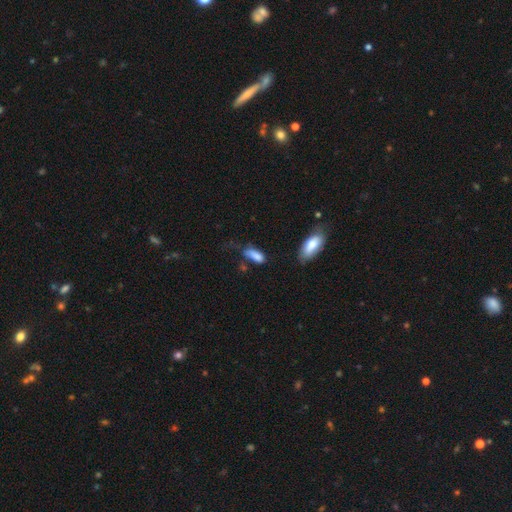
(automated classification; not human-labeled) A smooth galaxy with no disk features (82%) that is in between round and cigar-shaped (76%). Merging: none (37%).